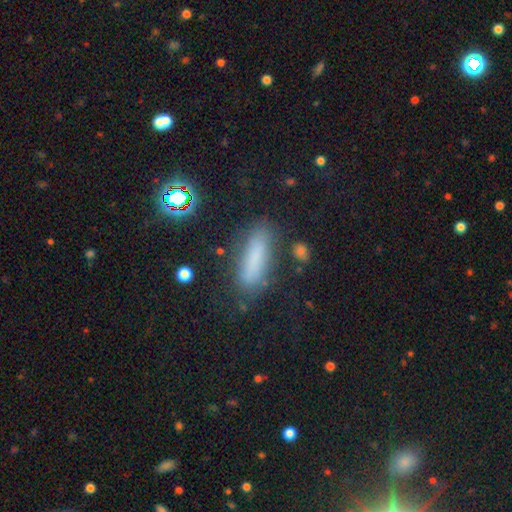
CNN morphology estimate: A smooth galaxy with no disk features (72%) that is cigar-shaped (55%).

Vote fractions:
- Smooth or featured? smooth: 72% / star or artifact: 15% / featured or disk: 13%
- How rounded? cigar-shaped: 55% / in between: 42% / round: 3%
- Merging? none: 74% / minor disturbance: 17% / major disturbance: 6% / merger: 4%